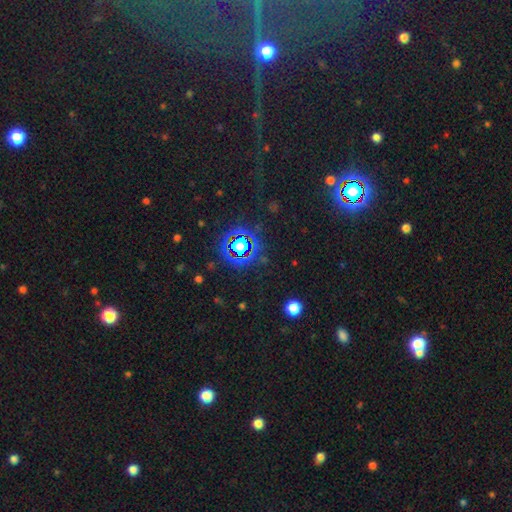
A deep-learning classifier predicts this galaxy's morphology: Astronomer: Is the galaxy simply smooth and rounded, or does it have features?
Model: star or artifact — 83%.